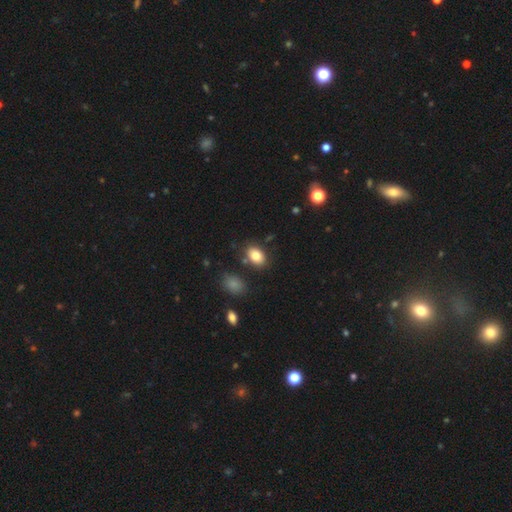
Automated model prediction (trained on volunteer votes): This appears to be a smooth galaxy with no disk features (83%) that is in between round and cigar-shaped (83%). Merging: none (80%).